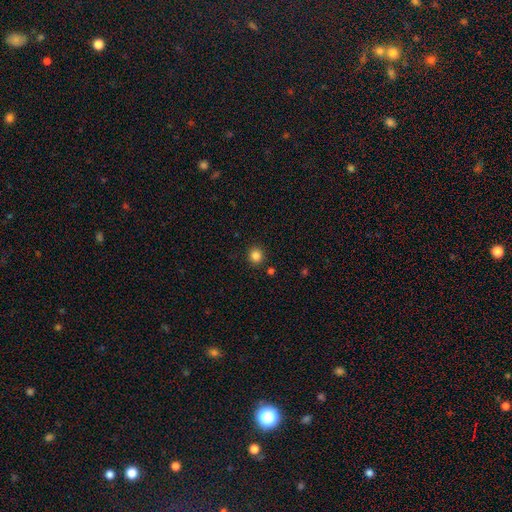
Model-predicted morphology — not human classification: smooth-or-featured: smooth: 84% | star or artifact: 12% | featured or disk: 4%
  how-rounded: round: 92% | in between: 7% | cigar-shaped: 1%
  merging: none: 90% | minor disturbance: 6% | merger: 3% | major disturbance: 2%